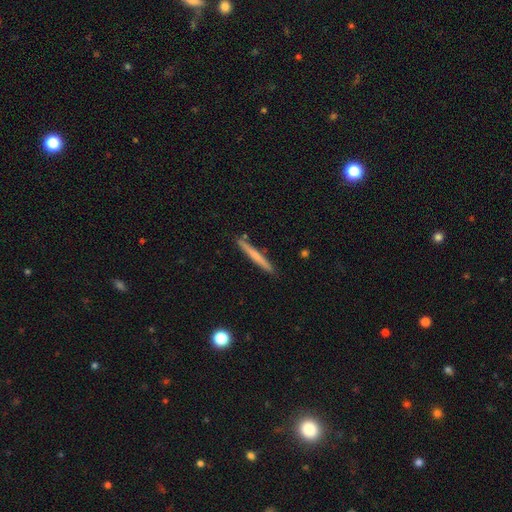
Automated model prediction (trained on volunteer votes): smooth 55%, featured or disk 39%, star or artifact 6%. Down the decision tree: how rounded — cigar-shaped (96%); merging — none (89%).